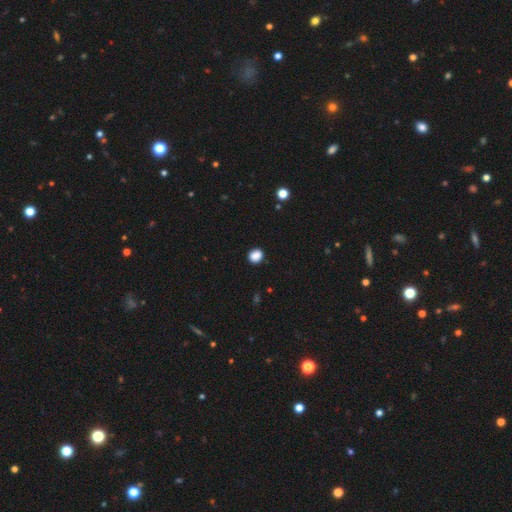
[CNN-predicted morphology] The model was most divided on "how rounded": round: 69%, in between: 30%, cigar-shaped: 1%. More confident: merging — none (89%); smooth or featured — smooth (87%).